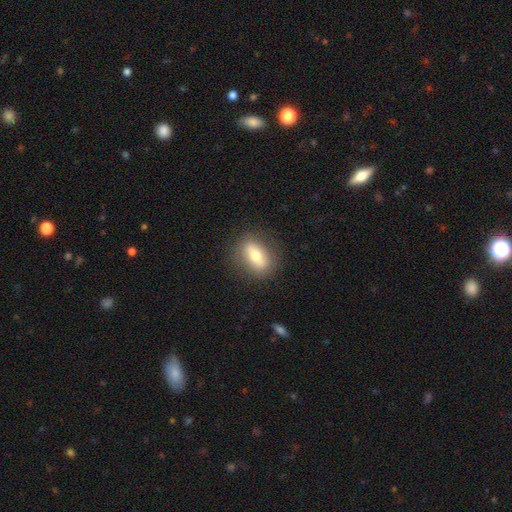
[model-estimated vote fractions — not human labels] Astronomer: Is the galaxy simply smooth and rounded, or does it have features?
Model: smooth — 60%.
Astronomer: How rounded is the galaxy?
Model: in between — 73%.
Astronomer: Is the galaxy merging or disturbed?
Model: none — 83%.